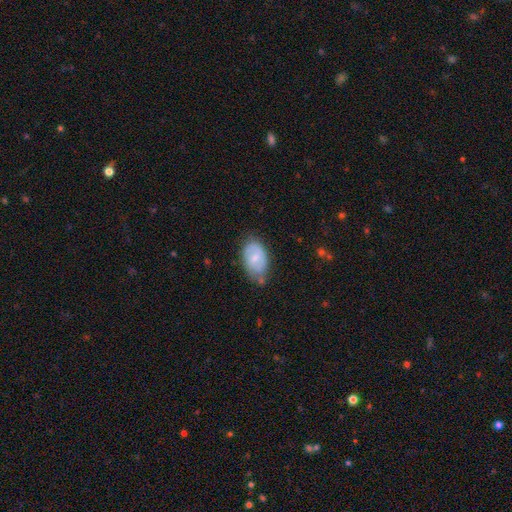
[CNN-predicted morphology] A smooth galaxy with no disk features (56%) that is in between round and cigar-shaped (91%). Merging: none (55%).